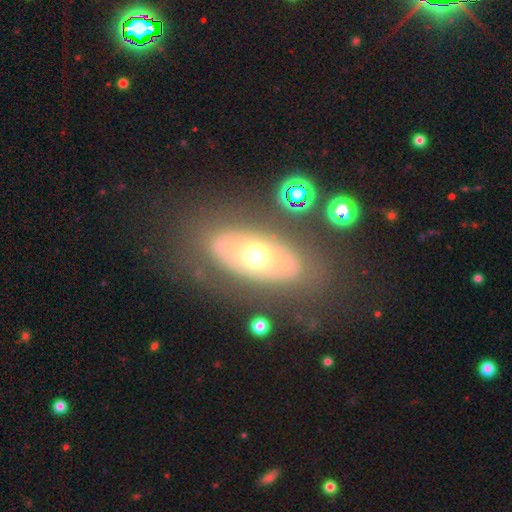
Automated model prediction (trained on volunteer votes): A featured or disk galaxy (64%) with no bar (90%), no spiral arms (86%) and a moderate central bulge (73%).

Vote fractions:
- Smooth or featured? featured or disk: 64% / smooth: 30% / star or artifact: 6%
- Edge-on disk? no: 89% / yes: 11%
- Bar? no: 90% / weak: 7% / strong: 3%
- Spiral arms? no: 86% / yes: 14%
- Bulge size? moderate: 73% / small: 14% / large: 11% / dominant: 1% / none: 1%
- Merging? none: 78% / minor disturbance: 12% / major disturbance: 7% / merger: 3%